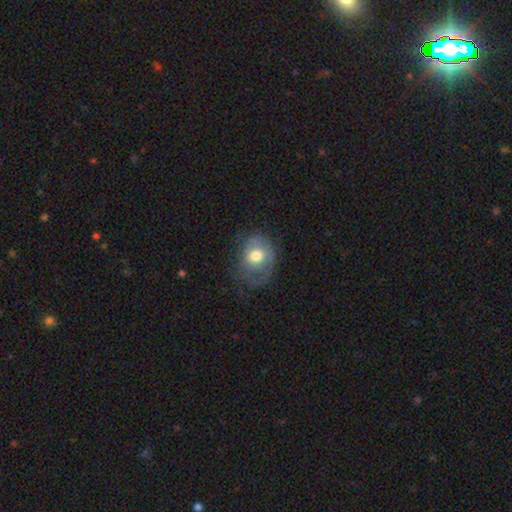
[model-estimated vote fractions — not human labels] Smooth or featured? Predicted: smooth (p=0.59). How rounded? Predicted: round (p=0.53). Merging? Predicted: none (p=0.44).